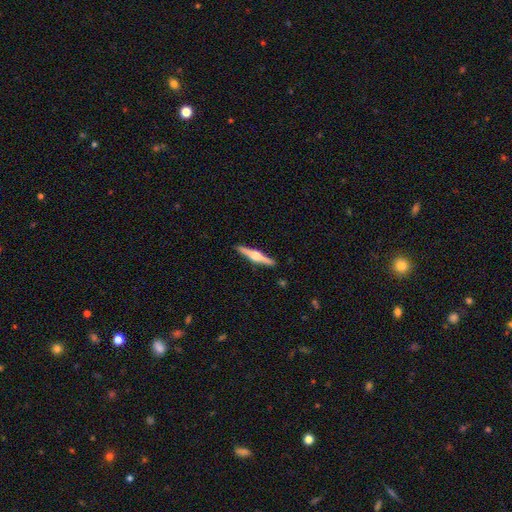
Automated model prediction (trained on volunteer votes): A featured or disk galaxy (75%) viewed edge-on (98%) with a rounded central bulge (93%). Merging: none (91%).